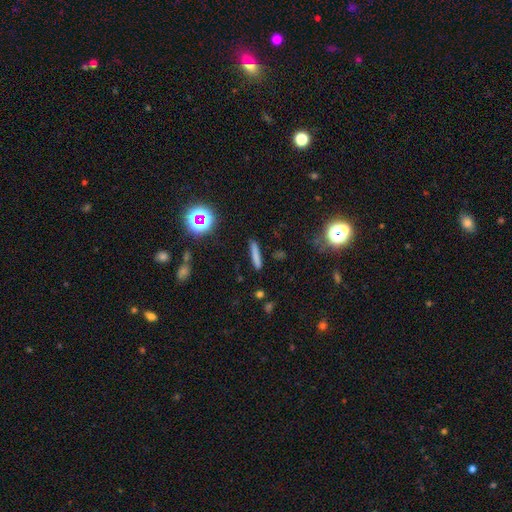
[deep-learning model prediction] Q: Smooth or featured?
A: smooth (73%); runner-up: featured or disk (14%)
Q: How rounded?
A: cigar-shaped (91%); runner-up: in between (6%)
Q: Merging?
A: none (87%); runner-up: minor disturbance (8%)